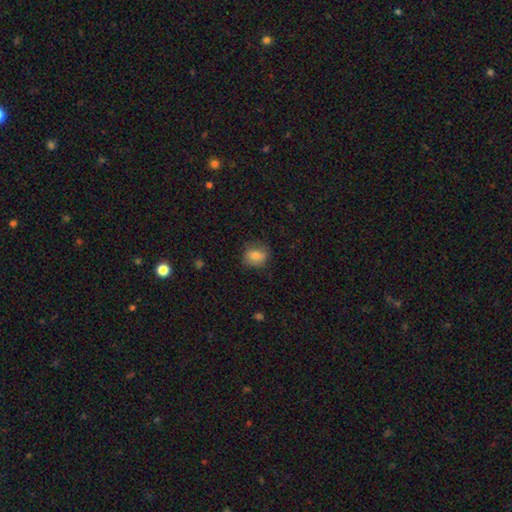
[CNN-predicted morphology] A smooth galaxy with no disk features (78%) that is round (58%).

Vote fractions:
- Smooth or featured? smooth: 78% / featured or disk: 13% / star or artifact: 9%
- How rounded? round: 58% / in between: 40% / cigar-shaped: 1%
- Merging? none: 75% / minor disturbance: 19% / major disturbance: 5% / merger: 1%